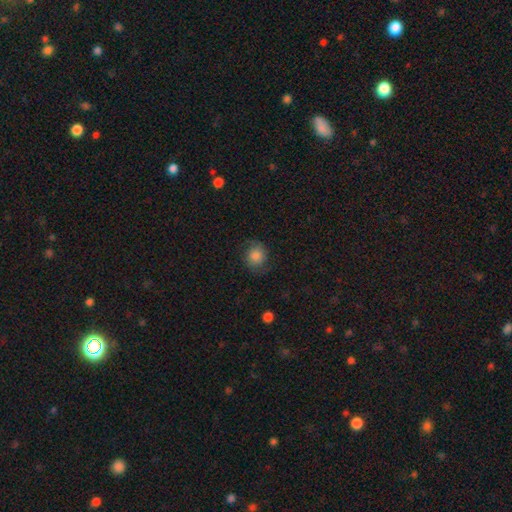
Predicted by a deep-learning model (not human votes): This is likely a smooth galaxy (64%). How rounded: clearly round (80%). Merging: likely none (72%).